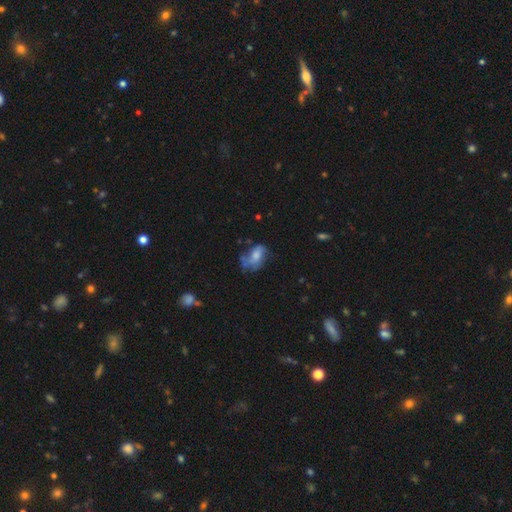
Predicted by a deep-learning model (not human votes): Morphology: type=smooth (49%); merging=none (35%).